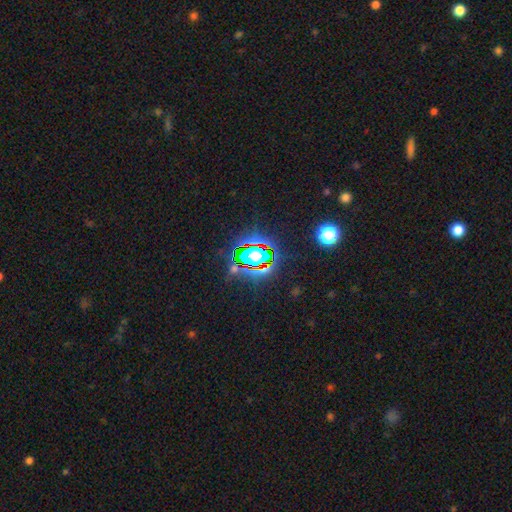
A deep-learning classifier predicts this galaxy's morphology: smooth_or_featured: star or artifact (p=0.69) [alt: smooth p=0.17]